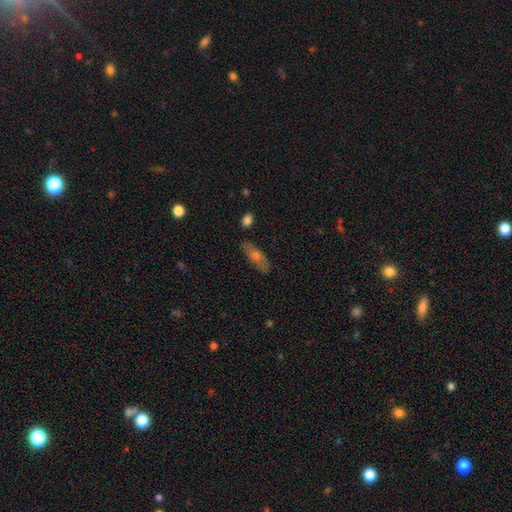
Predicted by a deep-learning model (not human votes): Morphology: type=smooth (56%); roundness=in between (59%); merging=none (83%).